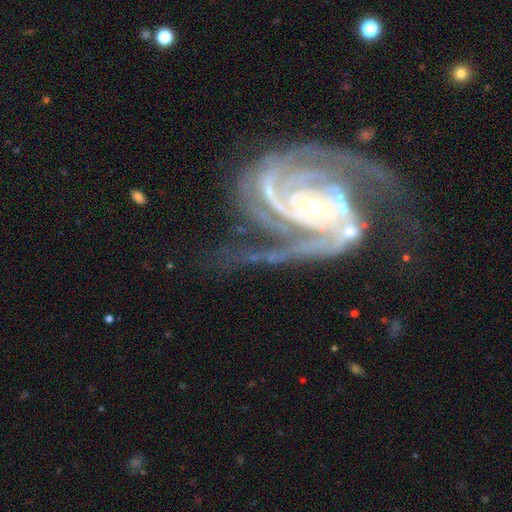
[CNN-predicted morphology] The model was most divided on "spiral arm count": 3: 33%, 2: 27%, 4: 14%, can't tell: 11%, more than 4: 7%, 1: 7%. Remaining: spiral arms — yes (99%); edge-on disk — no (98%); smooth or featured — featured or disk (92%); bulge size — small (64%); spiral winding — tight (60%); merging — none (49%); bar — no (40%).